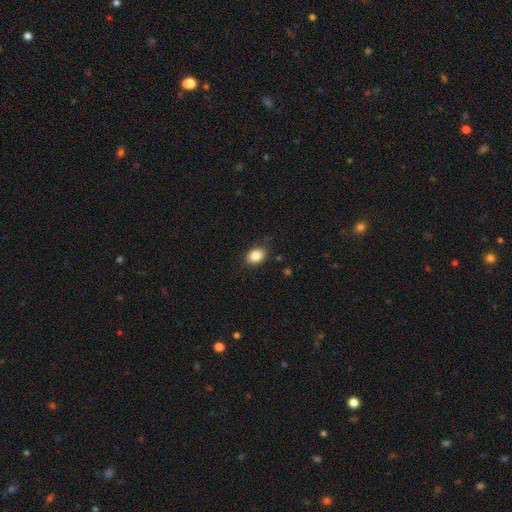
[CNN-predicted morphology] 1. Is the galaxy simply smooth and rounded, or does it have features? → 85% smooth, 9% star or artifact, 6% featured or disk.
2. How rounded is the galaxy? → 70% in between, 29% round, 1% cigar-shaped.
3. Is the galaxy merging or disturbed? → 84% none, 12% minor disturbance, 3% major disturbance, 1% merger.